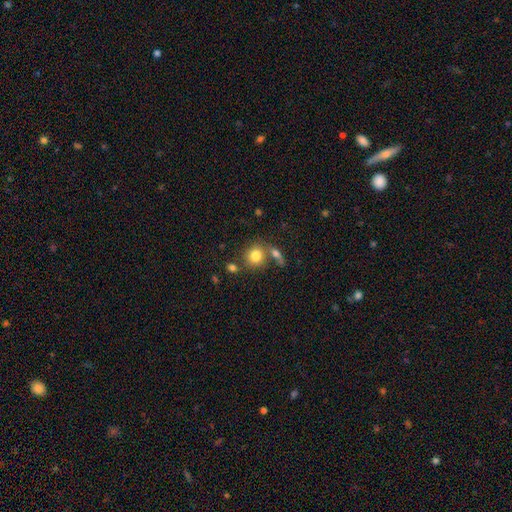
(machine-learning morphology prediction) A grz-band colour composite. It shows a smooth galaxy with no disk features (80%) that is round (78%). Merging: none (57%).